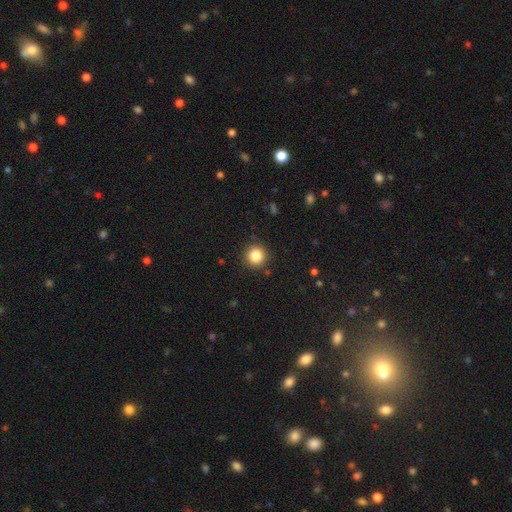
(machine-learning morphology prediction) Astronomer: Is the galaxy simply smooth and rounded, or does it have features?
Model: smooth — 84%.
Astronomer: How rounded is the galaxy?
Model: round — 94%.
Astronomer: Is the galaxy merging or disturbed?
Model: none — 90%.